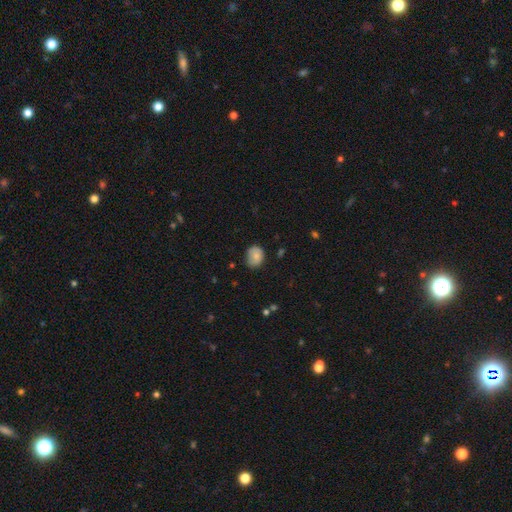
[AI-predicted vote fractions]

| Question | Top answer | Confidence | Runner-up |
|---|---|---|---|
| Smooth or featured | smooth | 80% | featured or disk (12%) |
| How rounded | in between | 52% | round (47%) |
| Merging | none | 63% | minor disturbance (29%) |